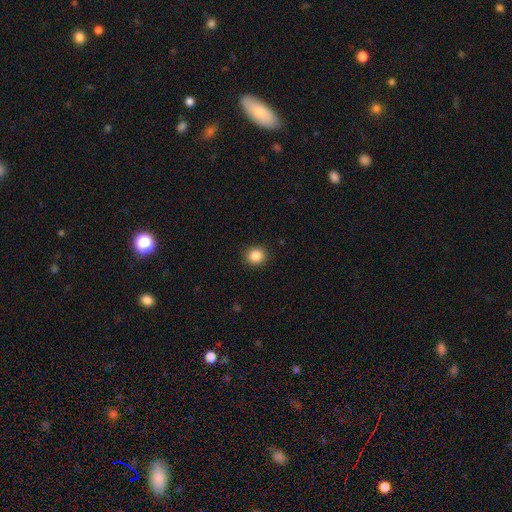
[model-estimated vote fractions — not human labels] Smooth or featured: smooth — 87% (star or artifact — 10%)
How rounded: round — 84% (in between — 15%)
Merging: none — 91% (minor disturbance — 6%)